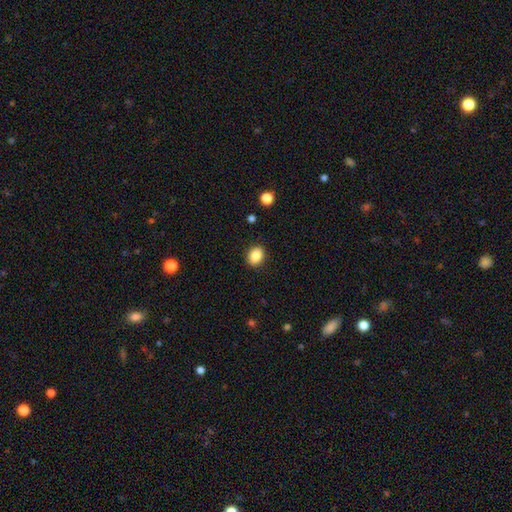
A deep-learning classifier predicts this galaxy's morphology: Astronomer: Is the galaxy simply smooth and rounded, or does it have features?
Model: smooth — 87%.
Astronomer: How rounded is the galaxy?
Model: in between — 58% (runner-up: round, 41%).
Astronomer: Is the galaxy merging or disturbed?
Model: none — 90%.